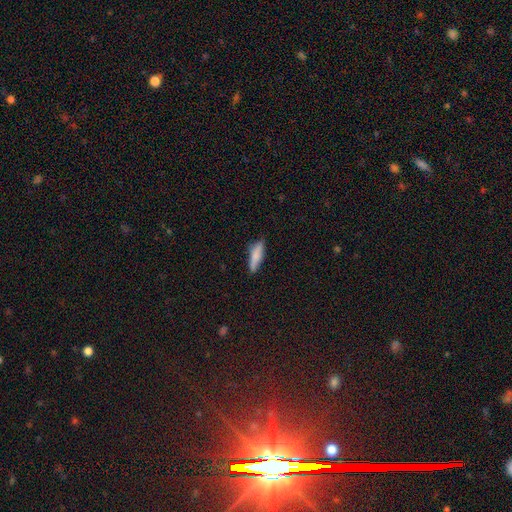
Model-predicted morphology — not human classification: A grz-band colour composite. It shows a smooth galaxy with no disk features (79%) that is cigar-shaped (68%). Merging: none (79%).